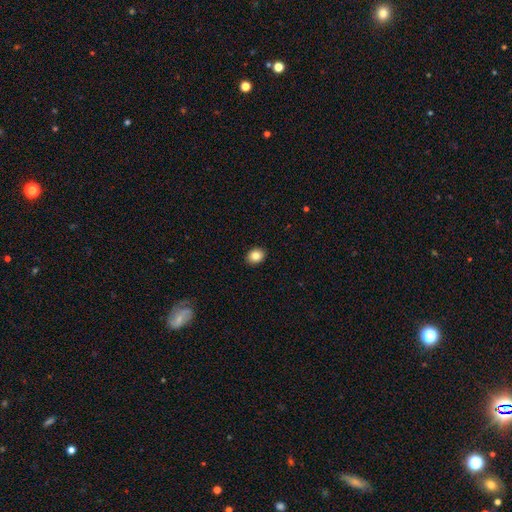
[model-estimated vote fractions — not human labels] Overall: smooth (84%). How rounded: in between (50%; round 49%). Merging: none (91%).